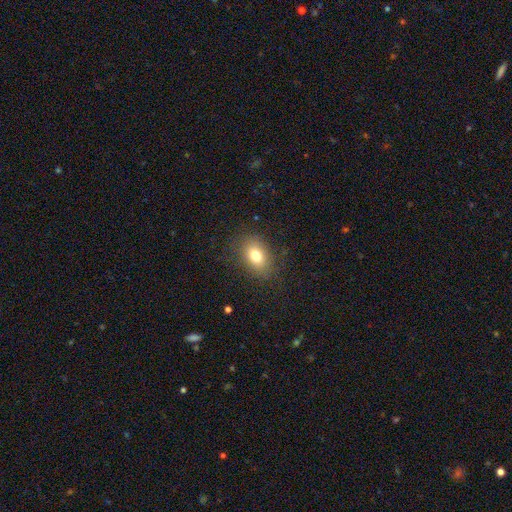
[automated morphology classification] The model was most divided on "how rounded": in between: 76%, round: 22%, cigar-shaped: 1%. More confident: merging — none (83%); smooth or featured — smooth (77%).